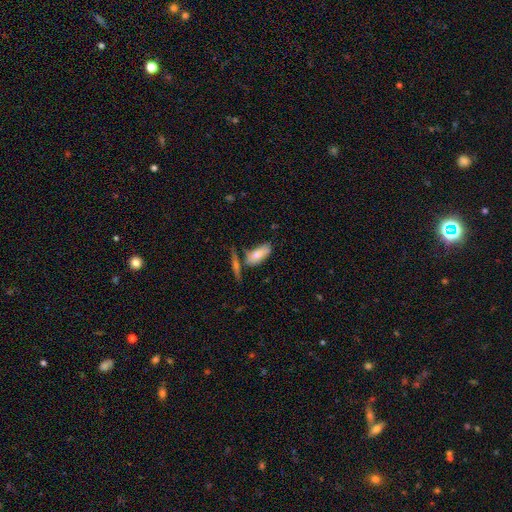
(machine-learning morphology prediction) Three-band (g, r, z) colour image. It shows a smooth galaxy with no disk features (68%) that is in between round and cigar-shaped (76%). Merging: none (51%).